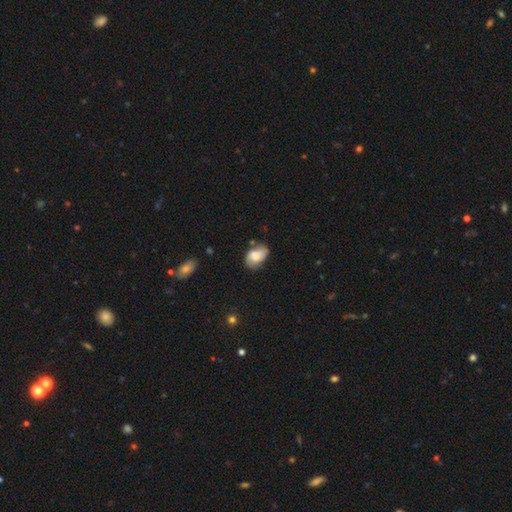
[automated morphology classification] Q: Smooth or featured?
A: smooth (56%); runner-up: featured or disk (36%)
Q: How rounded?
A: in between (82%); runner-up: round (17%)
Q: Merging?
A: none (56%); runner-up: minor disturbance (29%)